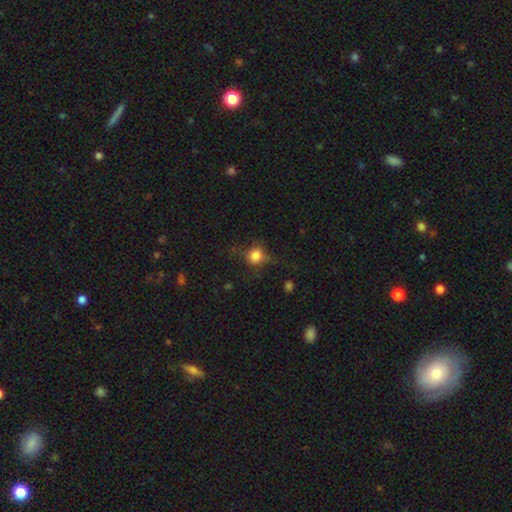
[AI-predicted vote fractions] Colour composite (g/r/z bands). It shows a smooth galaxy with no disk features (76%) that is round (76%). Merging: none (65%).